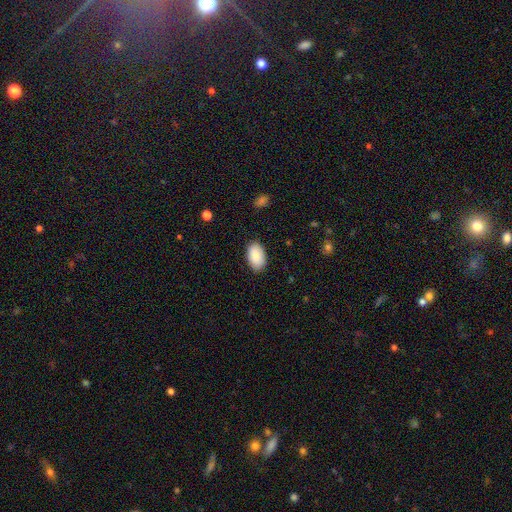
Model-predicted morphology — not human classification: This is clearly a smooth galaxy (85%). How rounded: clearly in between (94%). Merging: clearly none (86%).